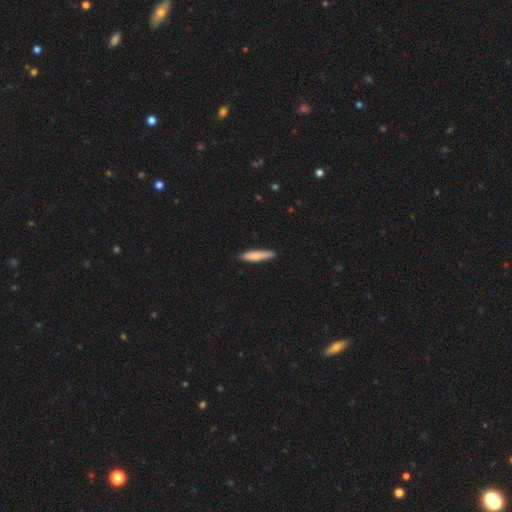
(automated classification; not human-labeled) Smooth or featured? Predicted: smooth (p=0.77). How rounded? Predicted: cigar-shaped (p=0.88). Merging? Predicted: none (p=0.84).